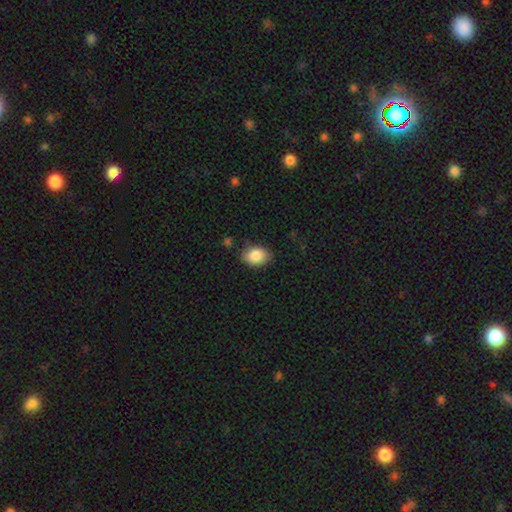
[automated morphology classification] A smooth galaxy with no disk features (87%) that is in between round and cigar-shaped (75%).

Vote fractions:
- Smooth or featured? smooth: 87% / star or artifact: 7% / featured or disk: 5%
- How rounded? in between: 75% / round: 24% / cigar-shaped: 1%
- Merging? none: 82% / minor disturbance: 13% / major disturbance: 3% / merger: 2%